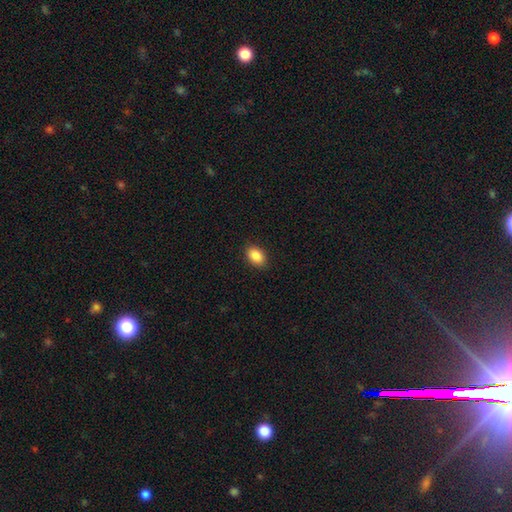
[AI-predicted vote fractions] A smooth galaxy with no disk features (88%) that is in between round and cigar-shaped (85%). Merging: none (89%).